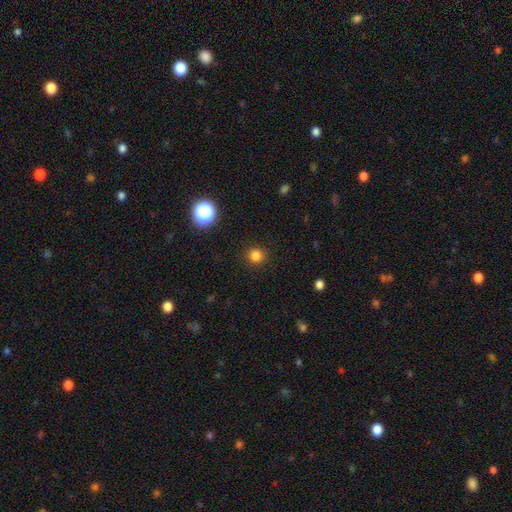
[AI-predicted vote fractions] smooth 81%, star or artifact 15%, featured or disk 4%. Down the decision tree: how rounded — round (94%); merging — none (92%).